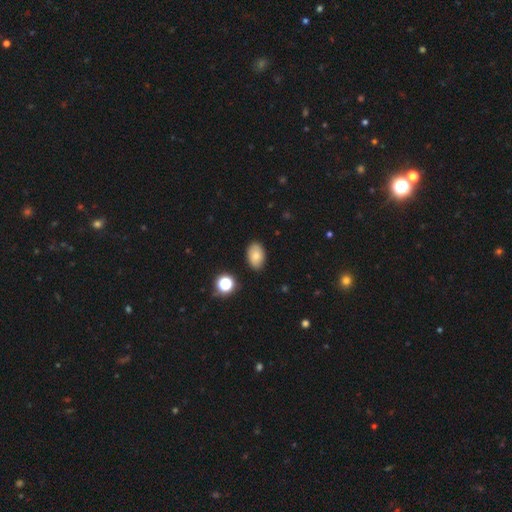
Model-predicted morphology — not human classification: smooth_or_featured: smooth (p=0.81) [alt: featured or disk p=0.10]
how_rounded: in between (p=0.88) [alt: round p=0.10]
merging: none (p=0.86) [alt: minor disturbance p=0.10]